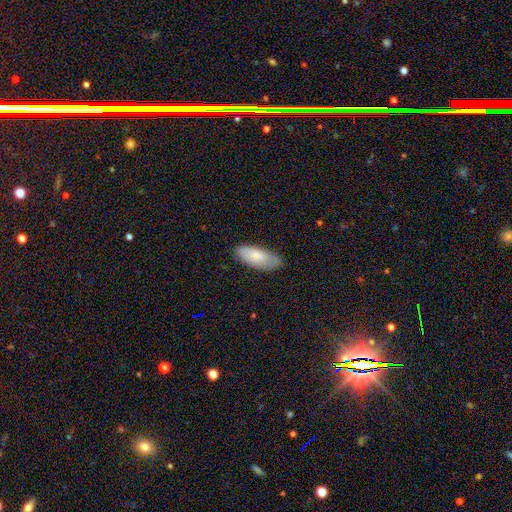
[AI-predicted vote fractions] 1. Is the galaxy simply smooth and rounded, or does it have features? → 80% smooth, 14% featured or disk, 6% star or artifact.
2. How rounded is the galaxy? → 81% in between, 17% cigar-shaped, 2% round.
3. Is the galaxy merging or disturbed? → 75% none, 20% minor disturbance, 4% major disturbance, 1% merger.